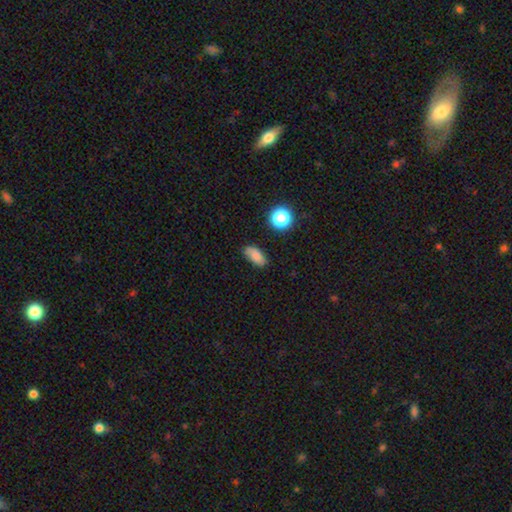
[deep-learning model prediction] A smooth galaxy with no disk features (78%) that is in between round and cigar-shaped (86%).

Vote fractions:
- Smooth or featured? smooth: 78% / star or artifact: 11% / featured or disk: 11%
- How rounded? in between: 86% / round: 7% / cigar-shaped: 7%
- Merging? none: 73% / minor disturbance: 21% / major disturbance: 4% / merger: 2%